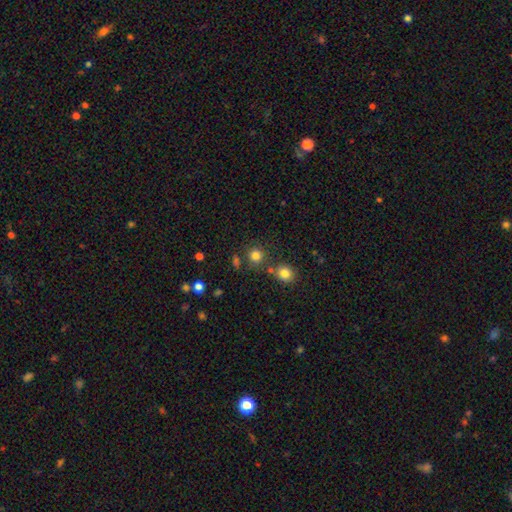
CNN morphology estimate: Q: Smooth or featured?
A: smooth (80%); runner-up: star or artifact (15%)
Q: How rounded?
A: round (90%); runner-up: in between (9%)
Q: Merging?
A: none (75%); runner-up: merger (12%)